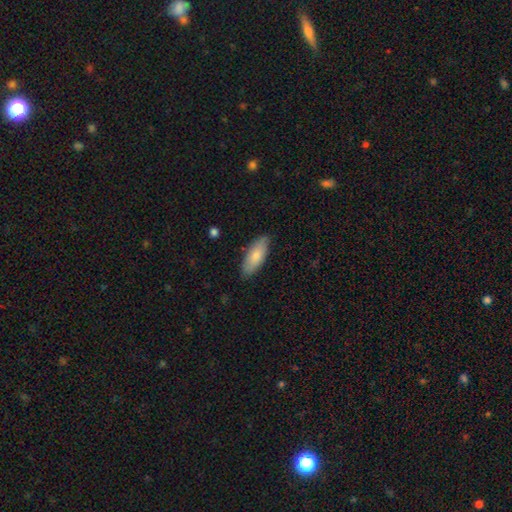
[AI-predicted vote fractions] A smooth galaxy with no disk features (78%) that is in between round and cigar-shaped (78%).

Vote fractions:
- Smooth or featured? smooth: 78% / featured or disk: 16% / star or artifact: 5%
- How rounded? in between: 78% / cigar-shaped: 20% / round: 2%
- Merging? none: 82% / minor disturbance: 15% / major disturbance: 2% / merger: 1%